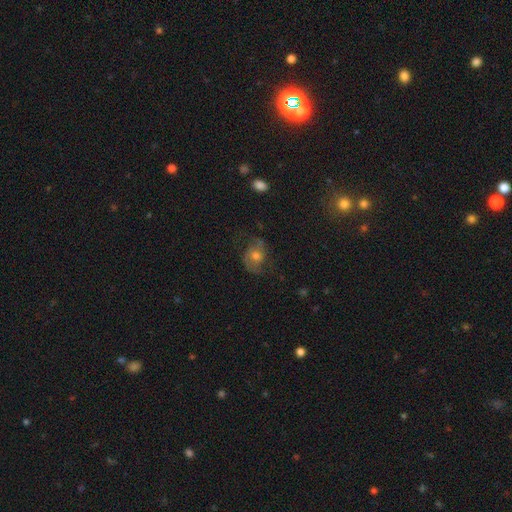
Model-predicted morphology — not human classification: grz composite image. It shows a featured or disk galaxy (49%). Merging: none (59%).